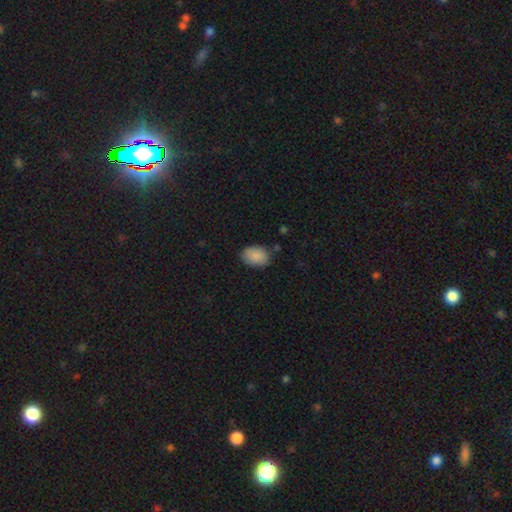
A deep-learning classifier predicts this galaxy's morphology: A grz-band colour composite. It shows a smooth galaxy with no disk features (89%) that is in between round and cigar-shaped (79%). Merging: none (80%).